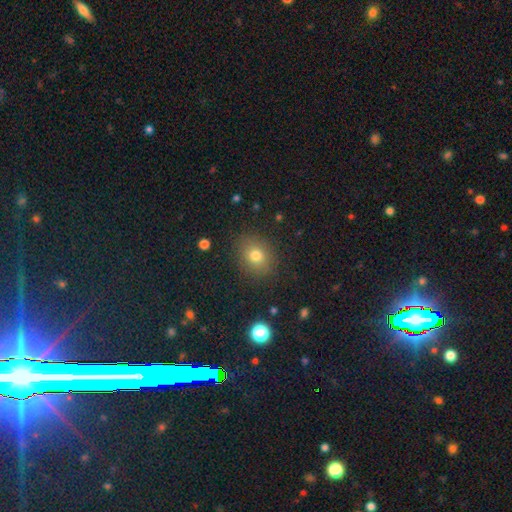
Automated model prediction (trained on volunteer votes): Morphology: type=smooth (76%); roundness=round (64%); merging=none (86%).